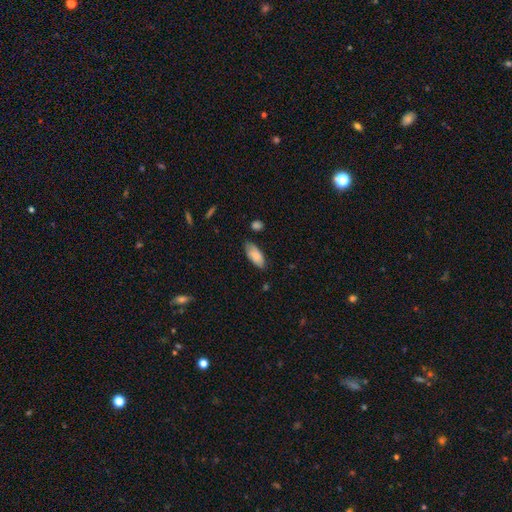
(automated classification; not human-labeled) Morphology: type=smooth (84%); roundness=in between (85%); merging=none (72%).